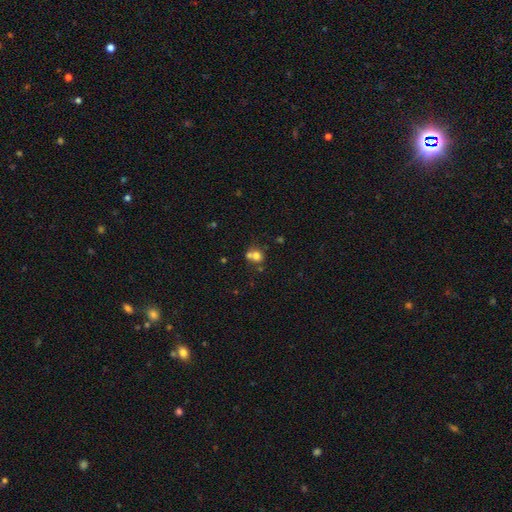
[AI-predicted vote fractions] smooth 71%, star or artifact 14%, featured or disk 14%. Down the decision tree: how rounded — round (81%); merging — merger (47%).